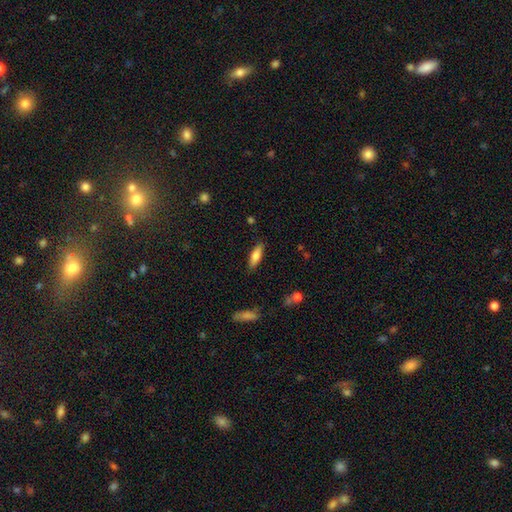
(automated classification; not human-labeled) Smooth or featured? Predicted: smooth (p=0.71). How rounded? Predicted: in between (p=0.52). Merging? Predicted: none (p=0.86).